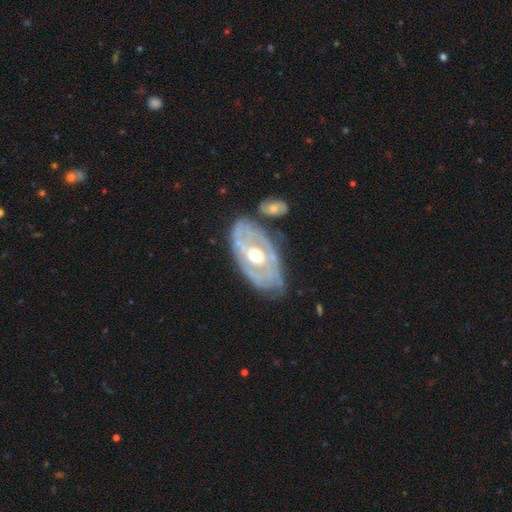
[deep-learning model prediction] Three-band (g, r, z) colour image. It shows a featured or disk galaxy (82%) with no bar (67%), tight (67%) spiral arms (72%) and a moderate central bulge (77%). Merging: none (62%).